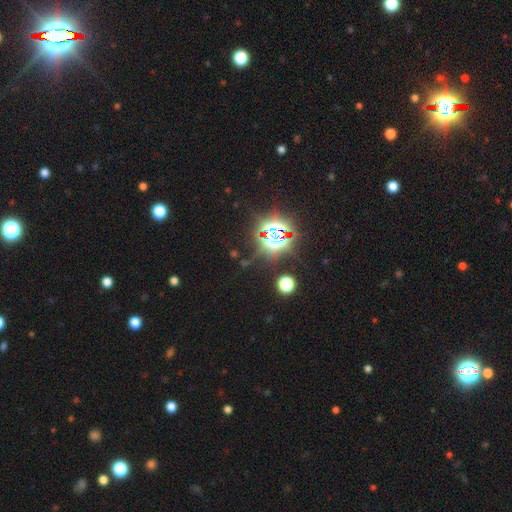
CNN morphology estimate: Smooth or featured?
  - star or artifact: 84% *
  - smooth: 9%
  - featured or disk: 6%